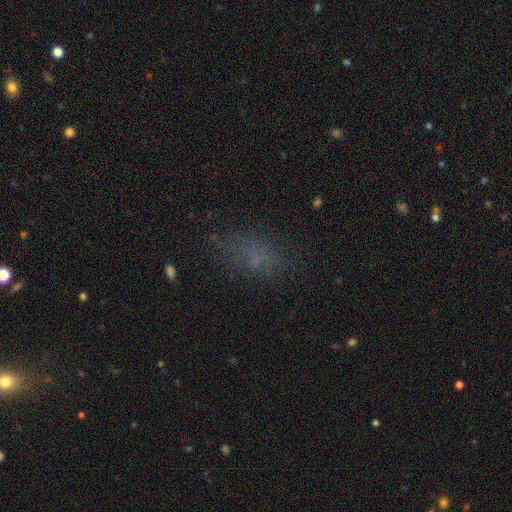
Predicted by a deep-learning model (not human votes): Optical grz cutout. It shows a smooth galaxy with no disk features (62%) that is in between round and cigar-shaped (77%). Merging: none (65%).